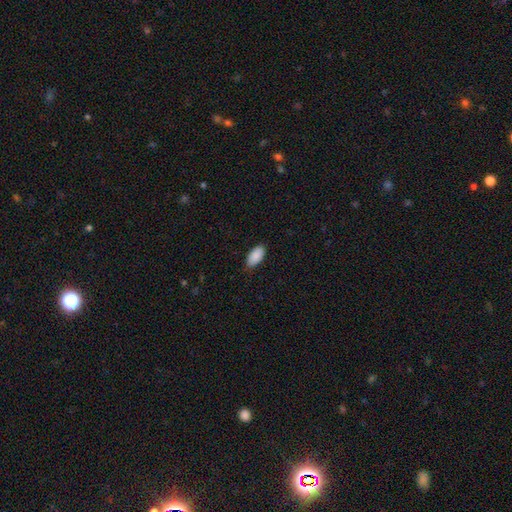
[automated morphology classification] Smooth or featured?
  - smooth: 90% *
  - star or artifact: 6%
  - featured or disk: 4%
How rounded?
  - in between: 95% *
  - cigar-shaped: 3%
  - round: 2%
Merging?
  - none: 81% *
  - minor disturbance: 15%
  - major disturbance: 2%
  - merger: 1%